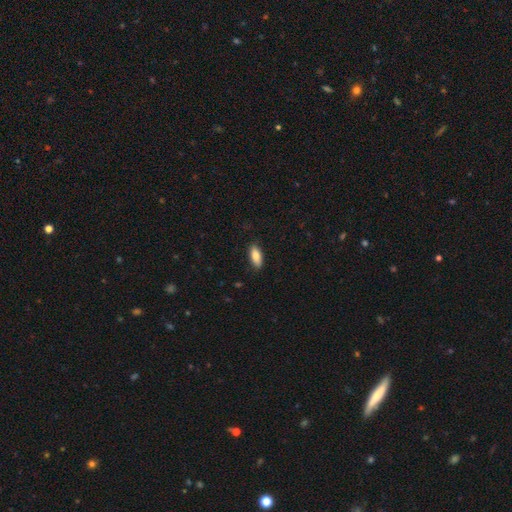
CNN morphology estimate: smooth_or_featured: smooth (p=0.82) [alt: featured or disk p=0.12]
how_rounded: in between (p=0.80) [alt: cigar-shaped p=0.18]
merging: none (p=0.87) [alt: minor disturbance p=0.10]